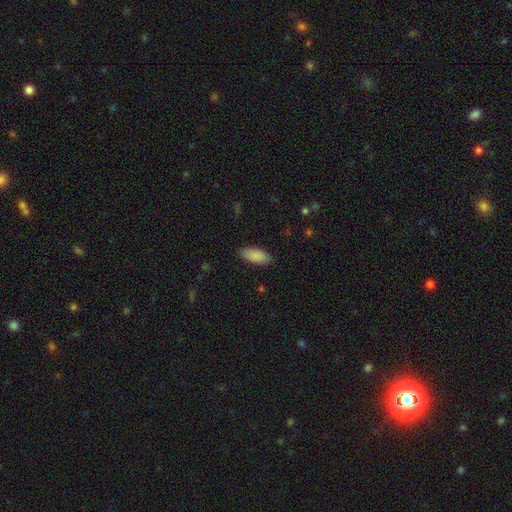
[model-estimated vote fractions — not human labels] A smooth galaxy with no disk features (89%) that is in between round and cigar-shaped (88%).

Vote fractions:
- Smooth or featured? smooth: 89% / star or artifact: 6% / featured or disk: 5%
- How rounded? in between: 88% / cigar-shaped: 10% / round: 2%
- Merging? none: 87% / minor disturbance: 10% / major disturbance: 2% / merger: 1%